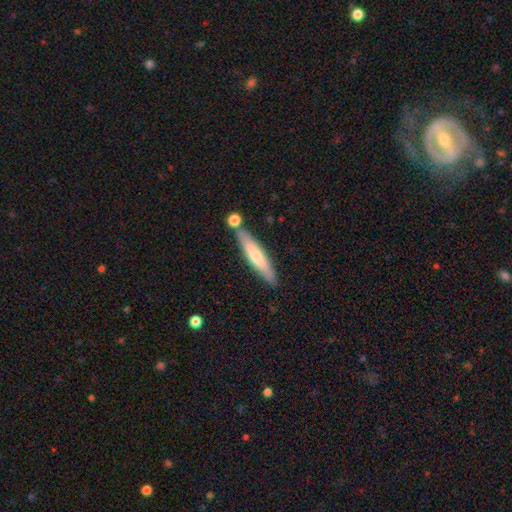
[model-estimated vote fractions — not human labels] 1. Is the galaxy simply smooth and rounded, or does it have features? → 57% smooth, 37% featured or disk, 6% star or artifact.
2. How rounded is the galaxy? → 87% cigar-shaped, 11% in between, 1% round.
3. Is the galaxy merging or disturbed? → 75% none, 12% minor disturbance, 11% merger, 2% major disturbance.